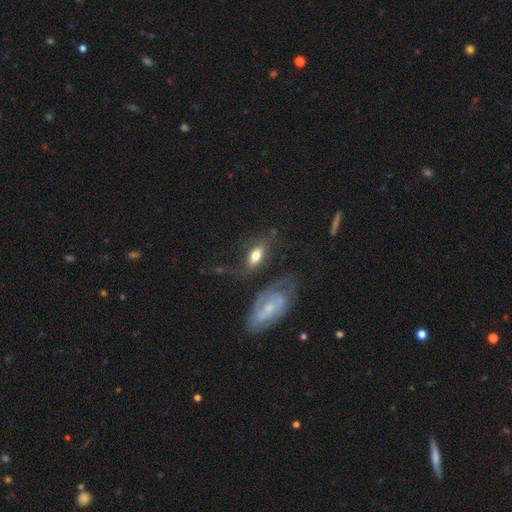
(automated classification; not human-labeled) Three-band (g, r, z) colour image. It shows a smooth galaxy with no disk features (62%) that is in between round and cigar-shaped (83%). Merging: none (53%).